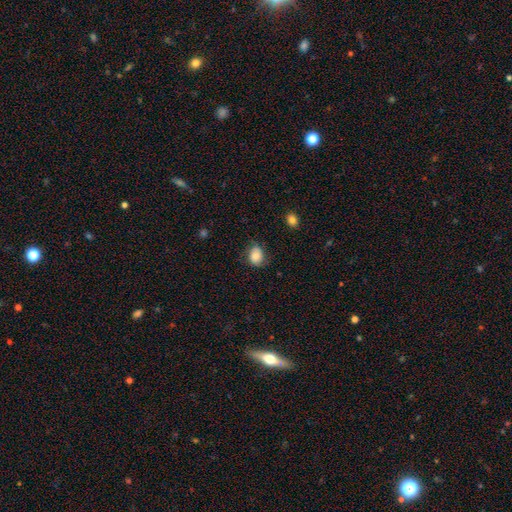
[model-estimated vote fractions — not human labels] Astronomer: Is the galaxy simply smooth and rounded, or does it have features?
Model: smooth — 80%.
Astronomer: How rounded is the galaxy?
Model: in between — 56% (runner-up: round, 43%).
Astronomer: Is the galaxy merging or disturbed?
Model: none — 65%.